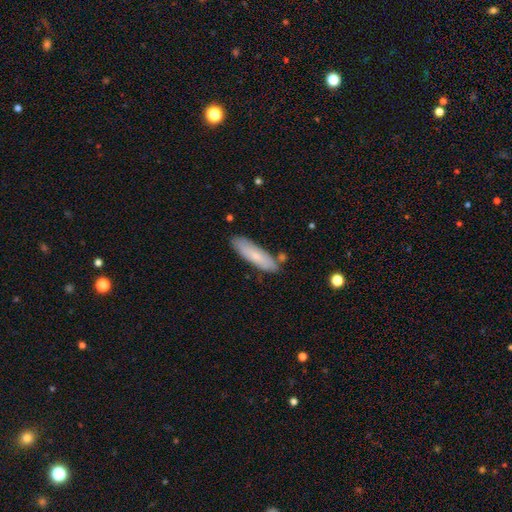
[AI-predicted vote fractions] This appears to be a smooth galaxy with no disk features (71%) that is cigar-shaped (66%). Merging: none (79%).